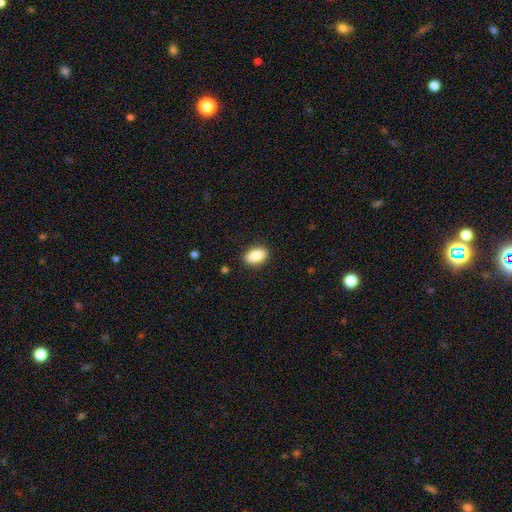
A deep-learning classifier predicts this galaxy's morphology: type=smooth (87%); roundness=in between (90%); merging=none (88%).